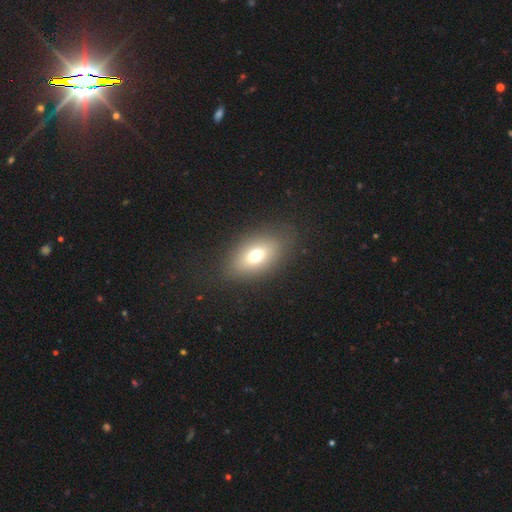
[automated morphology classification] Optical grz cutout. It shows a smooth galaxy with no disk features (69%) that is in between round and cigar-shaped (82%). Merging: none (83%).